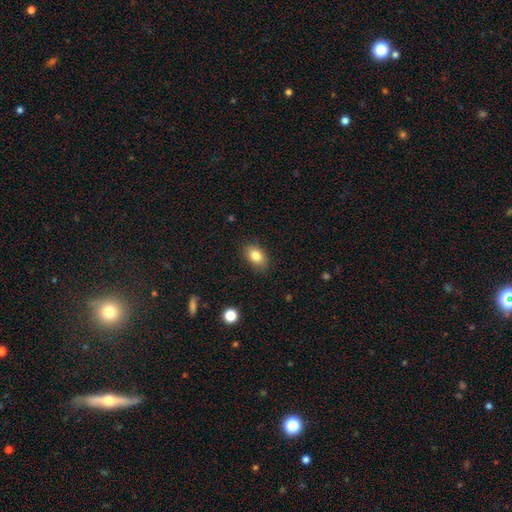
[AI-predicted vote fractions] smooth 82%, featured or disk 10%, star or artifact 9%. Down the decision tree: how rounded — in between (82%); merging — none (85%).